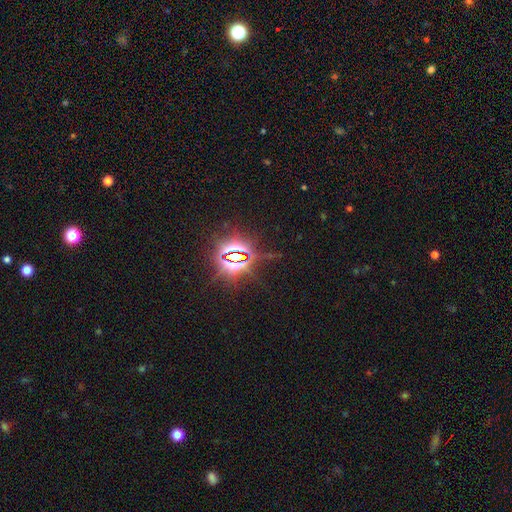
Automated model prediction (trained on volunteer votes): Overall: star or artifact (84%).